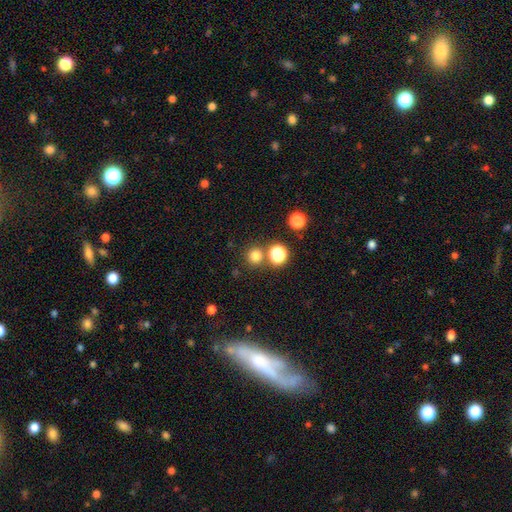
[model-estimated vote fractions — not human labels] Smooth or featured?
  - smooth: 77% *
  - star or artifact: 18%
  - featured or disk: 5%
How rounded?
  - round: 94% *
  - in between: 5%
  - cigar-shaped: 1%
Merging?
  - none: 80% *
  - merger: 11%
  - minor disturbance: 6%
  - major disturbance: 3%